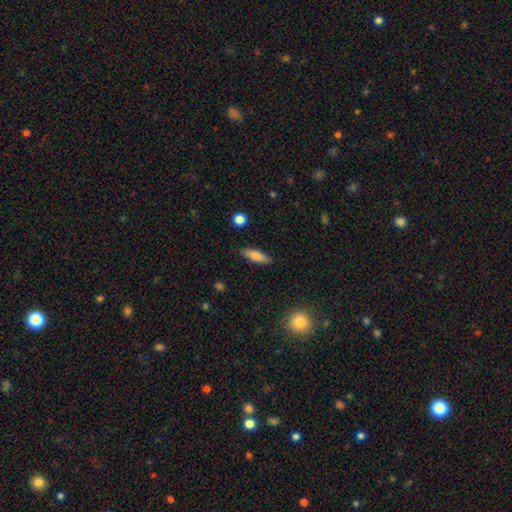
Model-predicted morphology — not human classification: This appears to be a smooth galaxy with no disk features (77%) that is cigar-shaped (50%). Merging: none (87%).